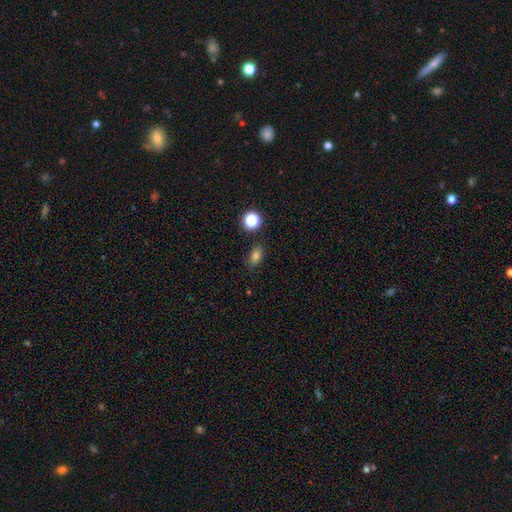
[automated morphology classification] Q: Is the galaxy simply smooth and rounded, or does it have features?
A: smooth — 80%.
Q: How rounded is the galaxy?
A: in between — 79%.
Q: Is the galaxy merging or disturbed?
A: none — 82%.